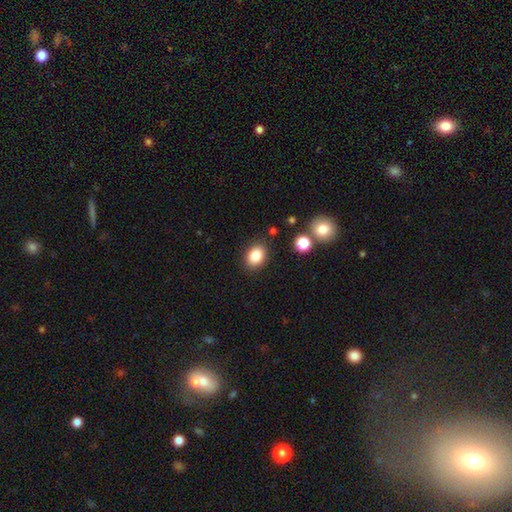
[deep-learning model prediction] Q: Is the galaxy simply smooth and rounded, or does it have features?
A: smooth — 85%.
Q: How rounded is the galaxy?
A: in between — 67%.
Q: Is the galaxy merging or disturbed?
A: none — 86%.